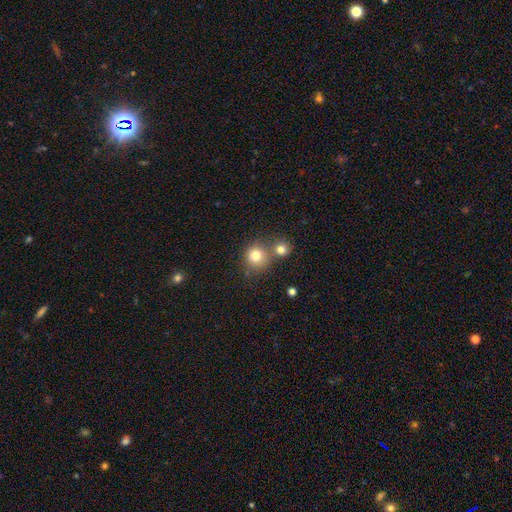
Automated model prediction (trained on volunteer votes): Smooth or featured? smooth (79%)
How rounded? round (89%)
Merging? none (59%)